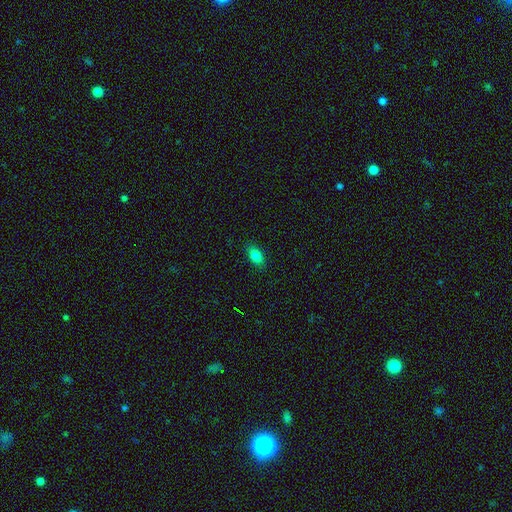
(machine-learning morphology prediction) A smooth galaxy with no disk features (83%) that is in between round and cigar-shaped (86%). Merging: none (87%).